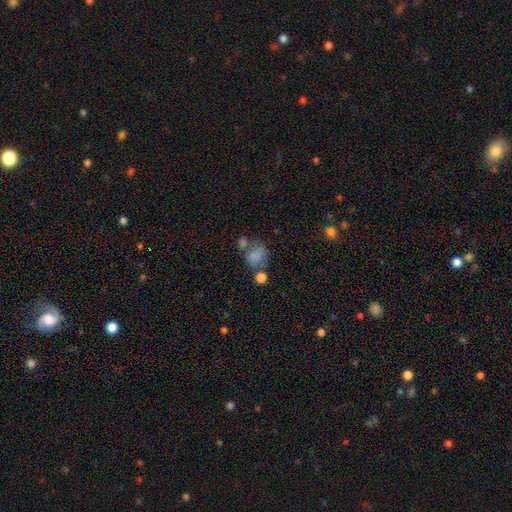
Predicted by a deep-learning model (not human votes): The model was most divided on "how rounded": round: 55%, in between: 44%, cigar-shaped: 1%. Remaining: smooth or featured — smooth (74%); merging — none (42%).